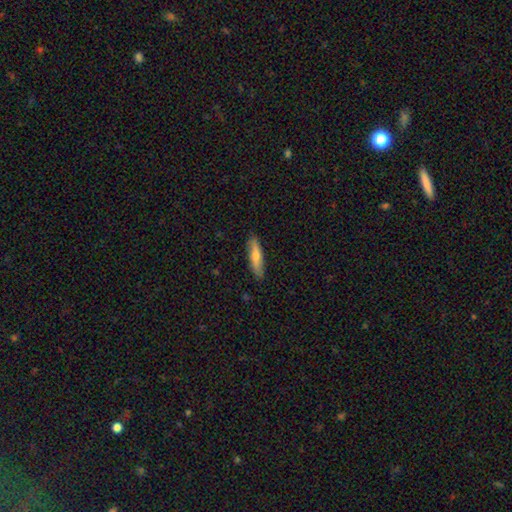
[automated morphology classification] This is likely a smooth galaxy (67%). How rounded: likely cigar-shaped (79%). Merging: clearly none (86%).